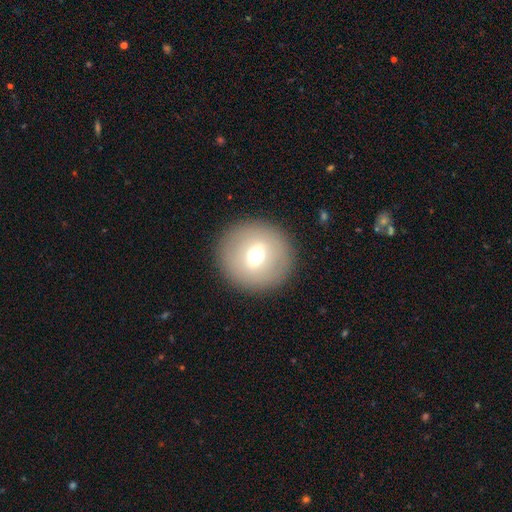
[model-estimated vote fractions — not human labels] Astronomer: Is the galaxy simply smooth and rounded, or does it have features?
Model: smooth — 57%.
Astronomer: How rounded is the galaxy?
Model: round — 93%.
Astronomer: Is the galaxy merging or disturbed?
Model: none — 90%.